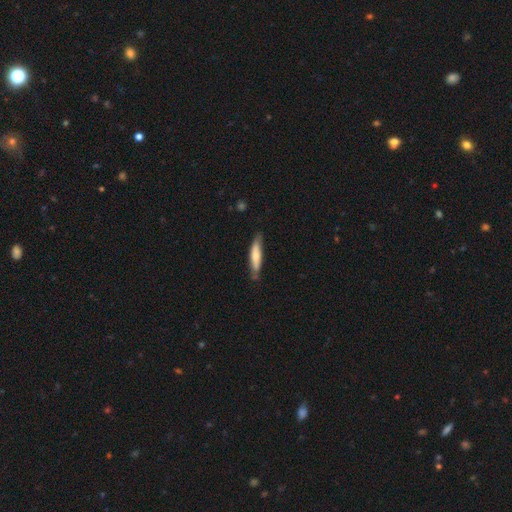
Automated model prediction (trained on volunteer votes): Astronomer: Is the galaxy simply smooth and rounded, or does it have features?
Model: smooth — 61%.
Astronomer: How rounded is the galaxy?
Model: cigar-shaped — 82%.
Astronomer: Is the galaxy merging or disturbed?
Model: none — 75%.